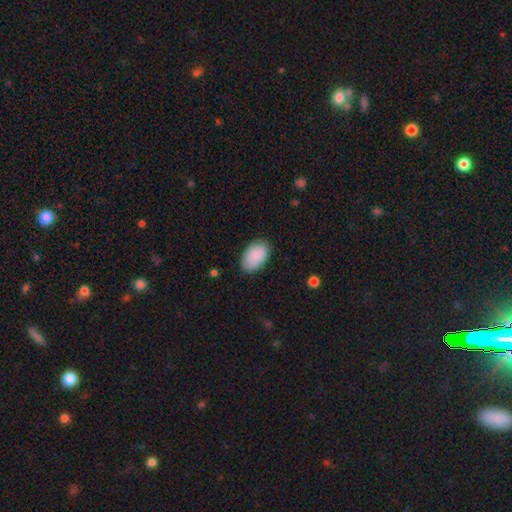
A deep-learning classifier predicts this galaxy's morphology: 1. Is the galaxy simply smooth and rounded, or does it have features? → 89% smooth, 6% star or artifact, 5% featured or disk.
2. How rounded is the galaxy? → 94% in between, 5% round, 1% cigar-shaped.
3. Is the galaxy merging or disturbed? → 84% none, 12% minor disturbance, 2% major disturbance, 1% merger.